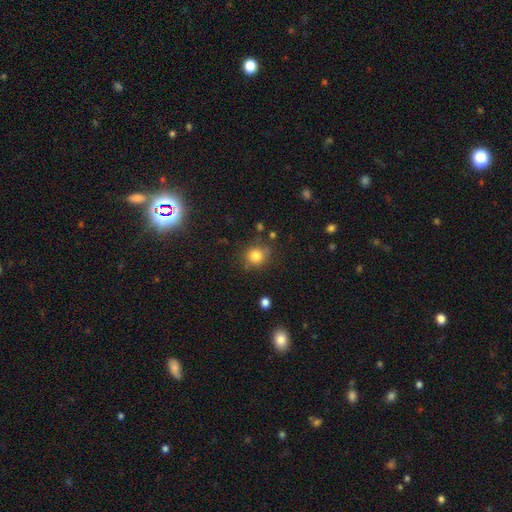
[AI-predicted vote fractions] A smooth galaxy with no disk features (81%) that is round (86%).

Vote fractions:
- Smooth or featured? smooth: 81% / star or artifact: 12% / featured or disk: 7%
- How rounded? round: 86% / in between: 13% / cigar-shaped: 1%
- Merging? none: 77% / minor disturbance: 14% / merger: 5% / major disturbance: 4%